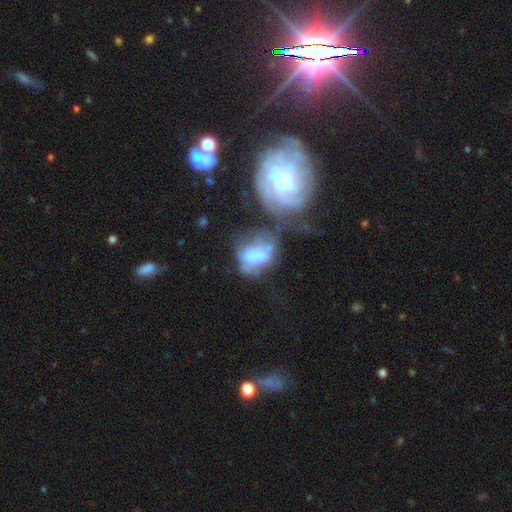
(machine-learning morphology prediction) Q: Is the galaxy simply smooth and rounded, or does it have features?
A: featured or disk — 50%.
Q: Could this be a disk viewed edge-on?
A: no — 96%.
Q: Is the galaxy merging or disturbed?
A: merger — 49%.